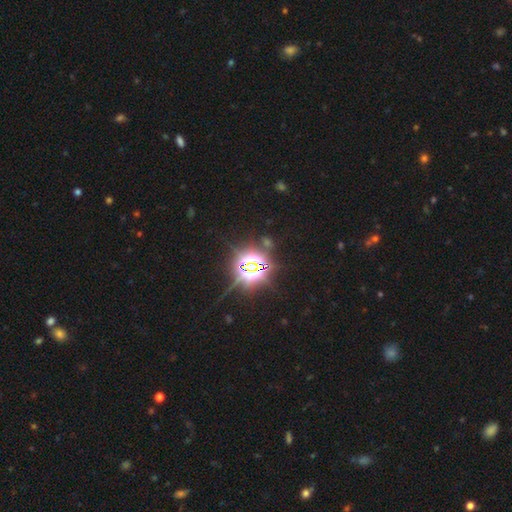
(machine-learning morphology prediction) The model was most divided on "smooth or featured": star or artifact: 84%, smooth: 10%, featured or disk: 7%.